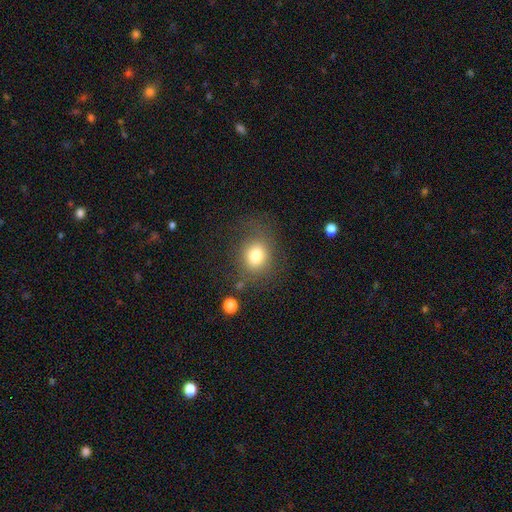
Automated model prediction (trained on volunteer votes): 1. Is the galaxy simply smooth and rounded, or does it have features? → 77% smooth, 13% star or artifact, 11% featured or disk.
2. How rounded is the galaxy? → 66% round, 33% in between, 1% cigar-shaped.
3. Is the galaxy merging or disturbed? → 72% none, 15% minor disturbance, 9% major disturbance, 3% merger.